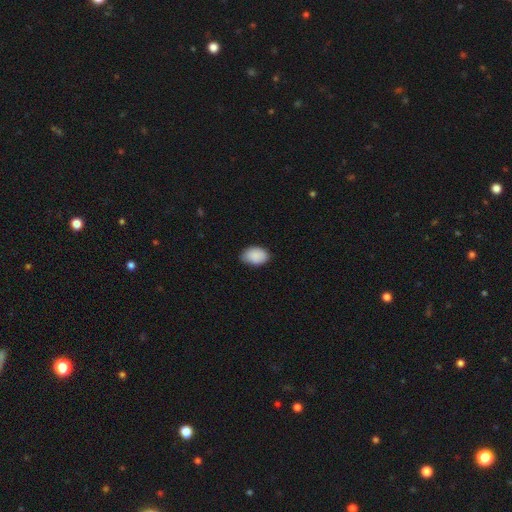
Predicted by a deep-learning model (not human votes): This appears to be a smooth galaxy with no disk features (90%) that is in between round and cigar-shaped (88%). Merging: none (76%).